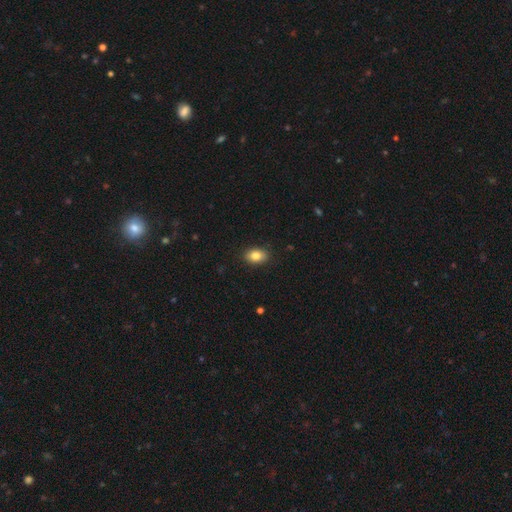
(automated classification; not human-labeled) Overall: smooth (83%). How rounded: in between (83%). Merging: none (89%).